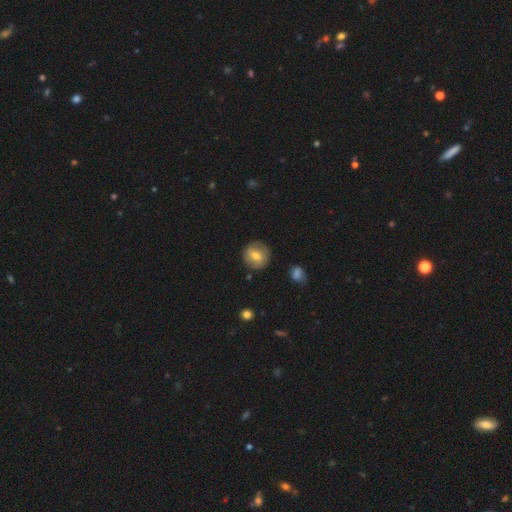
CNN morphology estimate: smooth_or_featured: smooth (p=0.63) [alt: featured or disk p=0.28]
how_rounded: round (p=0.90) [alt: in between p=0.09]
merging: none (p=0.84) [alt: minor disturbance p=0.11]